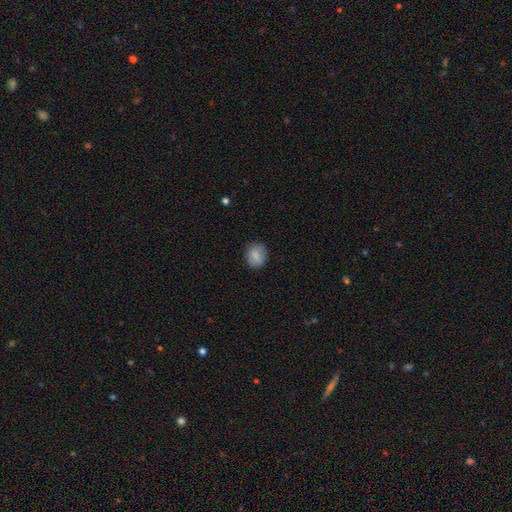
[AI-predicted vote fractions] This appears to be a smooth galaxy with no disk features (81%) that is round (70%). Merging: none (83%).